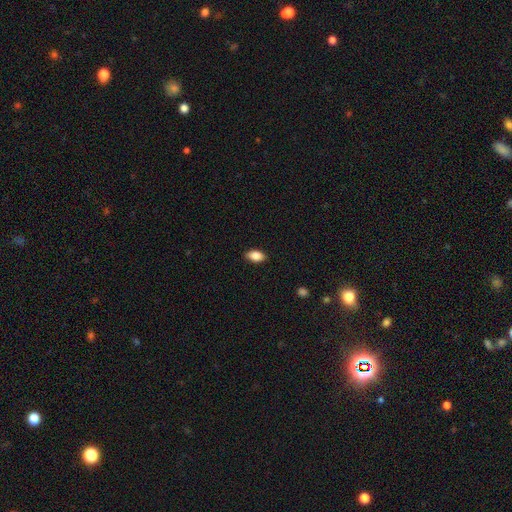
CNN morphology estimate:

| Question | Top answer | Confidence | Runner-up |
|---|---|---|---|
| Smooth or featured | smooth | 85% | star or artifact (8%) |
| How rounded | in between | 91% | round (6%) |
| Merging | none | 88% | minor disturbance (9%) |